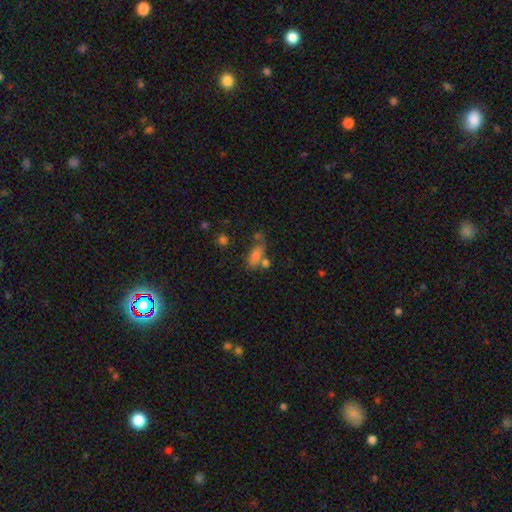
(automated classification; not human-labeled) smooth_or_featured: smooth (p=0.76) [alt: featured or disk p=0.14]
how_rounded: in between (p=0.76) [alt: cigar-shaped p=0.20]
merging: none (p=0.51) [alt: merger p=0.23]